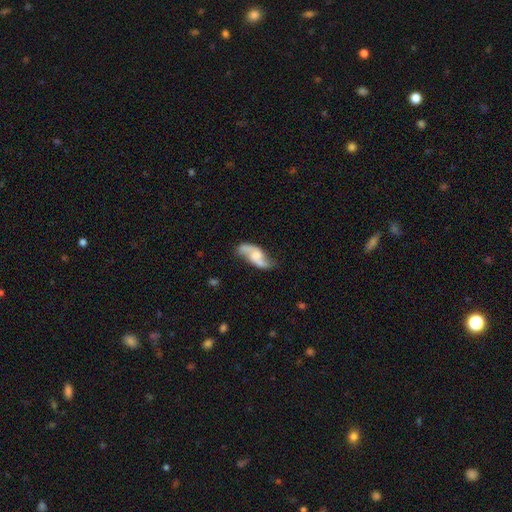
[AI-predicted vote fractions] Smooth or featured: featured or disk — 77% (smooth — 17%)
Edge-on disk: no — 94% (yes — 6%)
Bar: no — 46% (weak — 41%)
Spiral arms: yes — 93% (no — 7%)
Spiral winding: loose — 67% (medium — 26%)
Spiral arm count: 2 — 91% (can't tell — 3%)
Bulge size: none — 33% (moderate — 28%)
Merging: none — 64% (minor disturbance — 21%)